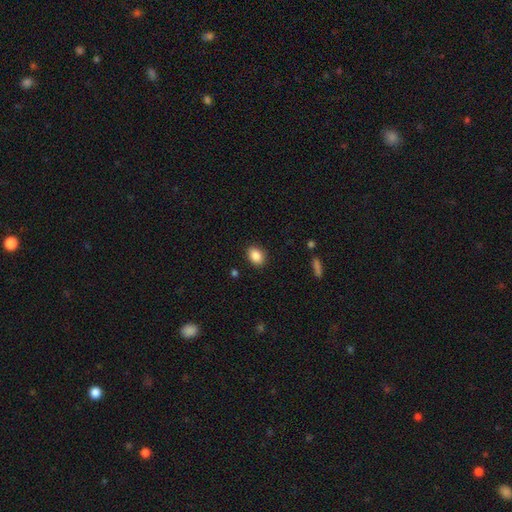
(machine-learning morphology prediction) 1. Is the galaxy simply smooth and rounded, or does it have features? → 88% smooth, 8% star or artifact, 4% featured or disk.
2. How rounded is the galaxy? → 73% in between, 26% round, 1% cigar-shaped.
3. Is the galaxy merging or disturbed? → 88% none, 8% minor disturbance, 2% major disturbance, 1% merger.